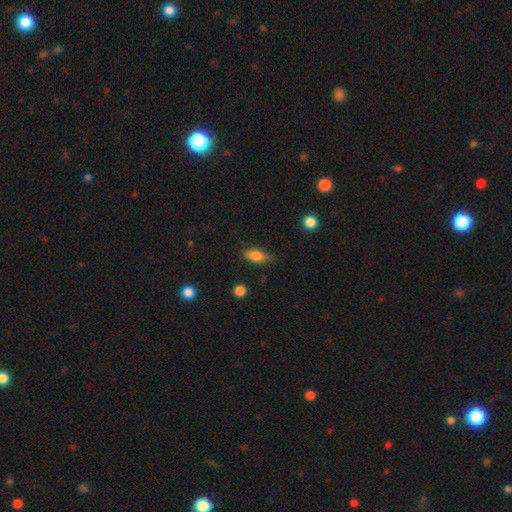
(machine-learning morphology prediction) Smooth or featured? Predicted: smooth (p=0.77). How rounded? Predicted: in between (p=0.79). Merging? Predicted: none (p=0.70).